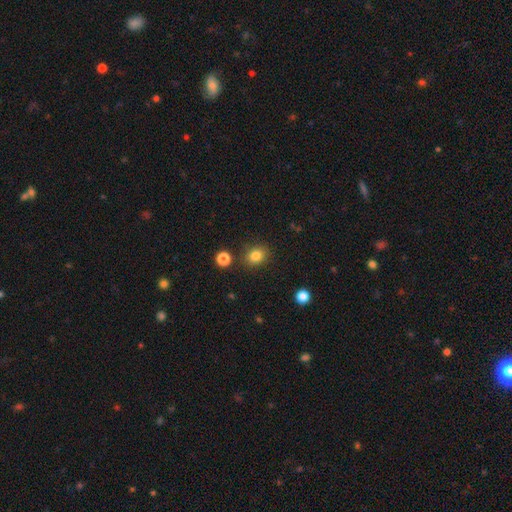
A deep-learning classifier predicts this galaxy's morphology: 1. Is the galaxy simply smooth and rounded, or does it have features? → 83% smooth, 11% star or artifact, 6% featured or disk.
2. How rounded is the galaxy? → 61% round, 39% in between, 1% cigar-shaped.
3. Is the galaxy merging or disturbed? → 84% none, 9% minor disturbance, 4% merger, 3% major disturbance.